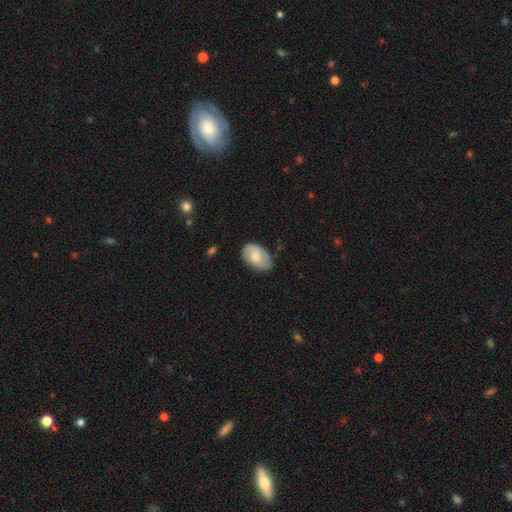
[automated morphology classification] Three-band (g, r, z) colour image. It shows a smooth galaxy with no disk features (58%) that is in between round and cigar-shaped (91%). Merging: none (68%).